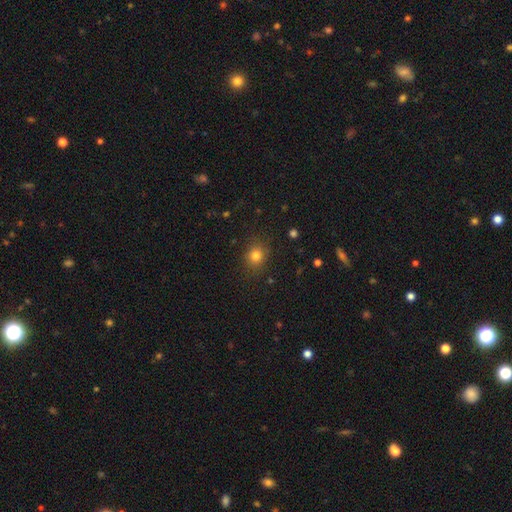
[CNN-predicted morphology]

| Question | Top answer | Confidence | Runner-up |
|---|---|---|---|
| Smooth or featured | smooth | 80% | star or artifact (14%) |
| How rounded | round | 73% | in between (26%) |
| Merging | none | 85% | minor disturbance (10%) |